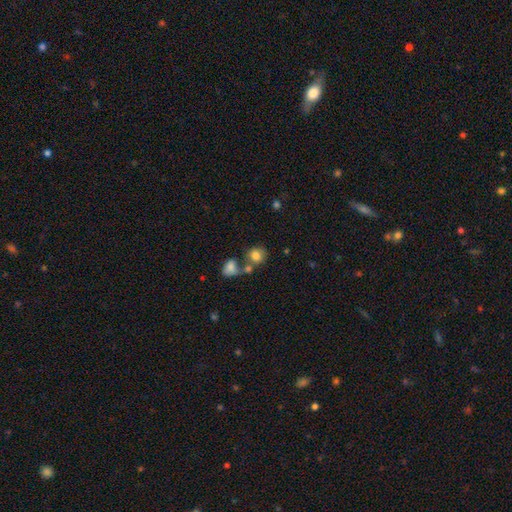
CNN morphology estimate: The model was most divided on "merging": none: 42%, merger: 38%, minor disturbance: 12%, major disturbance: 8%. More confident: smooth or featured — smooth (79%); how rounded — round (69%).